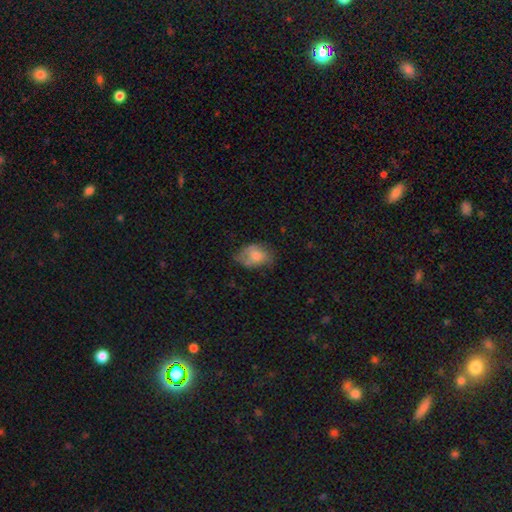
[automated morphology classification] smooth-or-featured: smooth: 63% | featured or disk: 28% | star or artifact: 8%
  how-rounded: in between: 77% | round: 21% | cigar-shaped: 1%
  merging: none: 49% | minor disturbance: 34% | major disturbance: 16% | merger: 2%